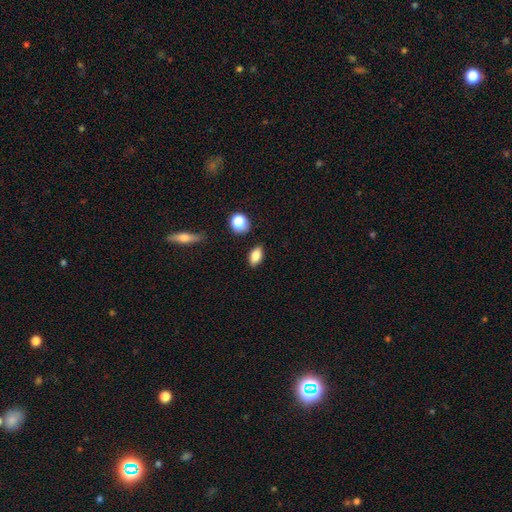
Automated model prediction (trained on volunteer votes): A smooth galaxy with no disk features (82%) that is in between round and cigar-shaped (87%).

Vote fractions:
- Smooth or featured? smooth: 82% / featured or disk: 9% / star or artifact: 9%
- How rounded? in between: 87% / round: 9% / cigar-shaped: 4%
- Merging? none: 84% / minor disturbance: 10% / merger: 3% / major disturbance: 2%